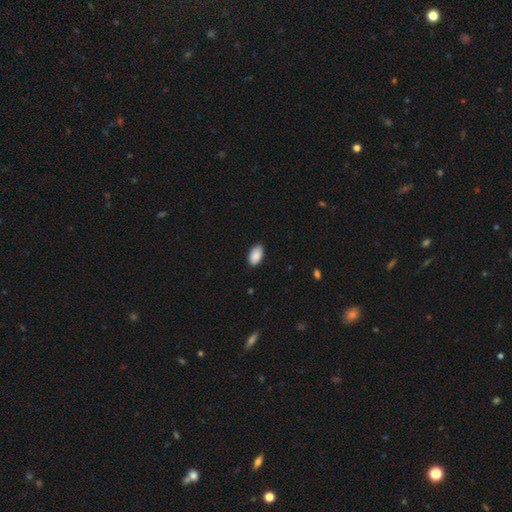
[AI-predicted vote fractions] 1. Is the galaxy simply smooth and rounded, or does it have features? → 90% smooth, 6% star or artifact, 4% featured or disk.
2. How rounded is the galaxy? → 95% in between, 3% round, 2% cigar-shaped.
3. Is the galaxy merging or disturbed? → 87% none, 10% minor disturbance, 2% major disturbance, 1% merger.